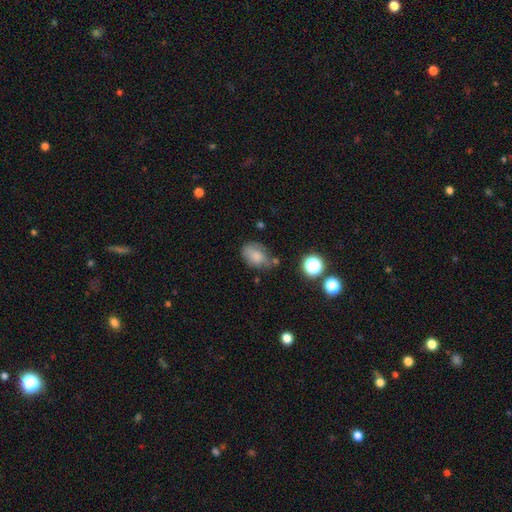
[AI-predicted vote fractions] Smooth or featured? Predicted: smooth (p=0.73). How rounded? Predicted: in between (p=0.79). Merging? Predicted: none (p=0.47).